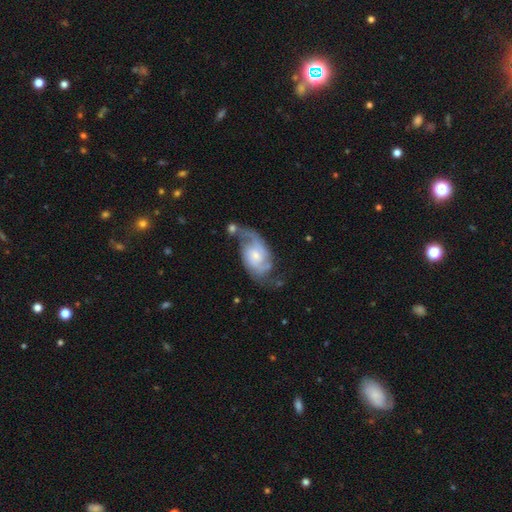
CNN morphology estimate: type=featured or disk (75%); edge-on=no (96%); bar=no (65%); spiral arms=yes (91%); winding=medium (43%); arm count=2 (64%); bulge=small (53%); merging=none (38%).